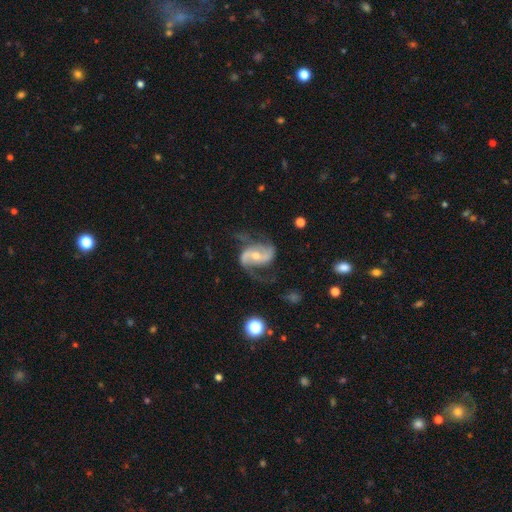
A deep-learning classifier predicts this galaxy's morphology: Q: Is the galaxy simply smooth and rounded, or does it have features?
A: featured or disk — 88%.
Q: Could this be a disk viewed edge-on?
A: no — 97%.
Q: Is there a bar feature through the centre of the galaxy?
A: weak — 38%.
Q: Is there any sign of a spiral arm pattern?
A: yes — 96%.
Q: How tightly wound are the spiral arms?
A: loose — 50%.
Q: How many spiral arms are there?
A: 2 — 91%.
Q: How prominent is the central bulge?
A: moderate — 49%.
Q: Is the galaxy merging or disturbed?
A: none — 61%.